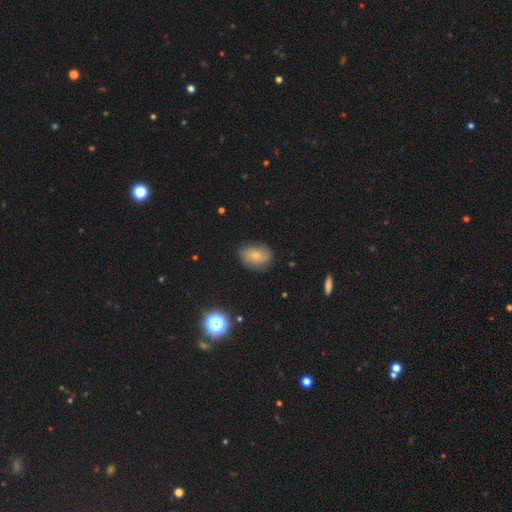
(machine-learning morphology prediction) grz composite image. It shows a smooth galaxy with no disk features (68%) that is in between round and cigar-shaped (67%). Merging: none (77%).